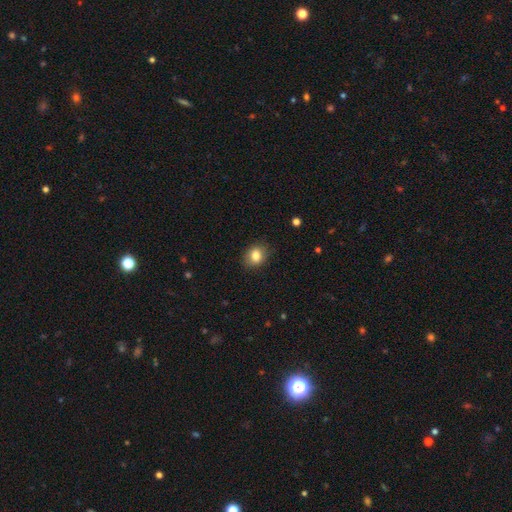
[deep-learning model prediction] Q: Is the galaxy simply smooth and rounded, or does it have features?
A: smooth — 83%.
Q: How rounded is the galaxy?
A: in between — 50%.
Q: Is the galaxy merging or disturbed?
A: none — 84%.